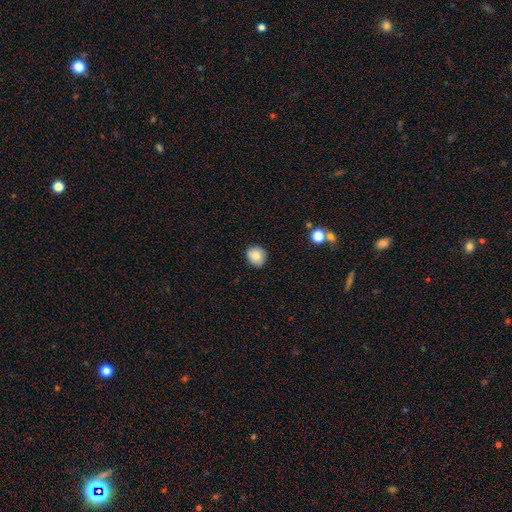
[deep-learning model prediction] A smooth galaxy with no disk features (82%) that is round (81%).

Vote fractions:
- Smooth or featured? smooth: 82% / featured or disk: 9% / star or artifact: 9%
- How rounded? round: 81% / in between: 18% / cigar-shaped: 1%
- Merging? none: 85% / minor disturbance: 11% / major disturbance: 2% / merger: 1%